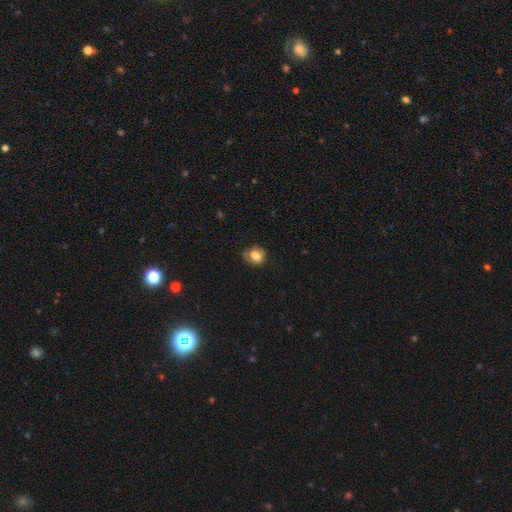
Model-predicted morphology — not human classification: Overall: smooth (79%). How rounded: round (63%; in between 36%). Merging: none (68%).